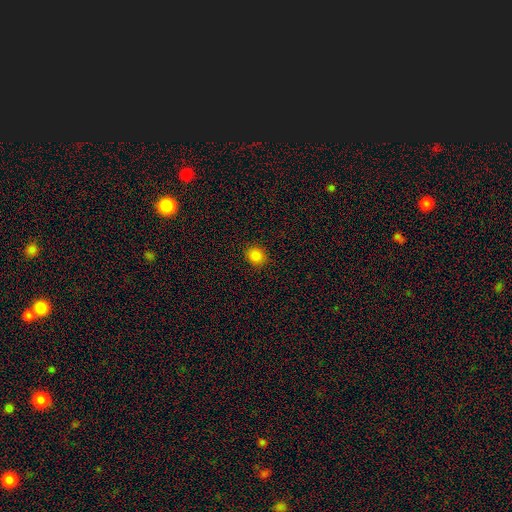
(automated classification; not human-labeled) This is clearly a smooth galaxy (84%). How rounded: likely round (71%). Merging: clearly none (90%).